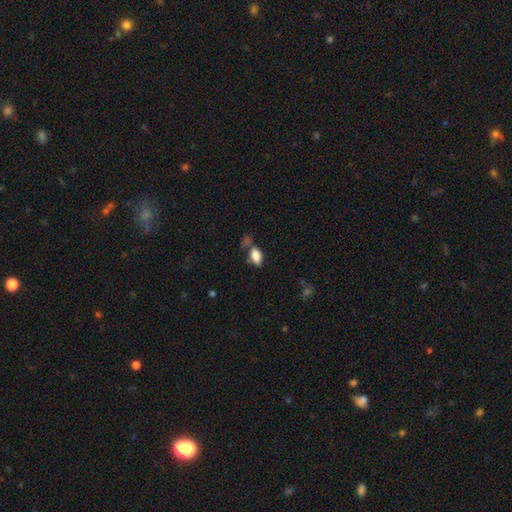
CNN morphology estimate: The model was most divided on "merging": none: 55%, minor disturbance: 19%, merger: 18%, major disturbance: 8%. More confident: how rounded — in between (91%); smooth or featured — smooth (83%).